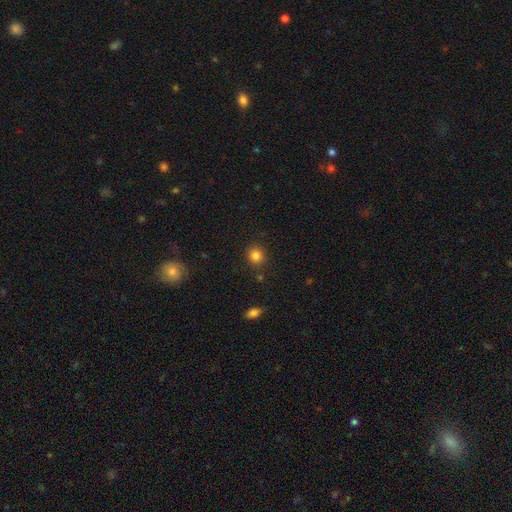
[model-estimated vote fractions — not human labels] smooth_or_featured: smooth (p=0.84) [alt: star or artifact p=0.11]
how_rounded: round (p=0.88) [alt: in between p=0.11]
merging: none (p=0.88) [alt: minor disturbance p=0.07]